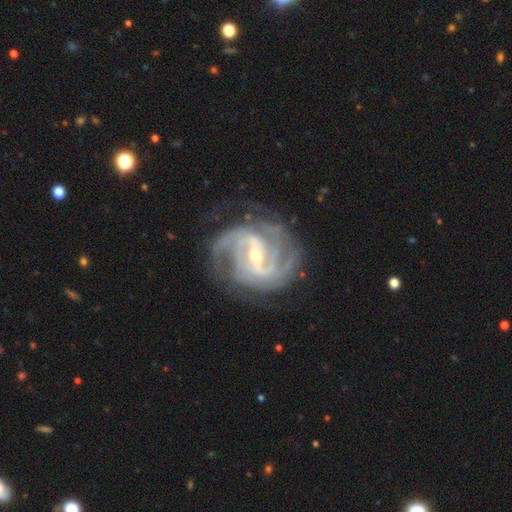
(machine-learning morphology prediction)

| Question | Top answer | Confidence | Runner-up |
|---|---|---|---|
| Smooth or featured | featured or disk | 92% | star or artifact (4%) |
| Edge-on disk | no | 98% | yes (2%) |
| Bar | strong | 48% | weak (41%) |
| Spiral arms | yes | 98% | no (2%) |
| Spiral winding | tight | 47% | medium (44%) |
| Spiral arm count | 2 | 38% | 3 (26%) |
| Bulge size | small | 53% | moderate (44%) |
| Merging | none | 75% | minor disturbance (16%) |